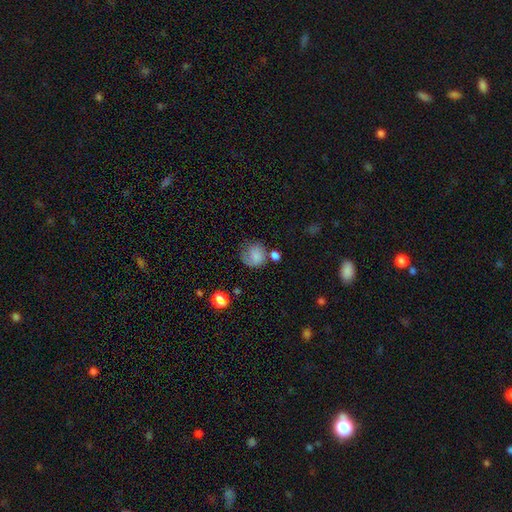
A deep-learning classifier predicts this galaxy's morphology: Smooth or featured: smooth — 72% (featured or disk — 18%)
How rounded: round — 81% (in between — 18%)
Merging: none — 48% (minor disturbance — 25%)